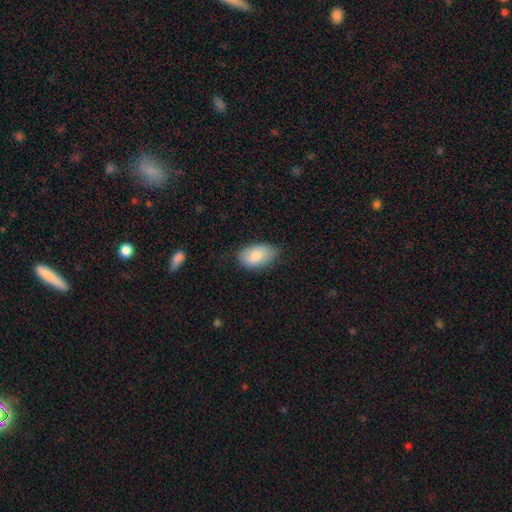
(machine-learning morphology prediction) Smooth or featured? smooth (82%)
How rounded? in between (92%)
Merging? none (69%)